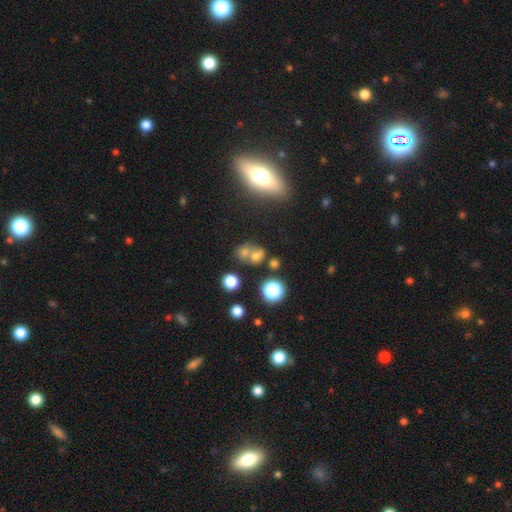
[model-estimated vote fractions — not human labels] Morphology: type=smooth (61%); roundness=round (63%); merging=merger (53%).